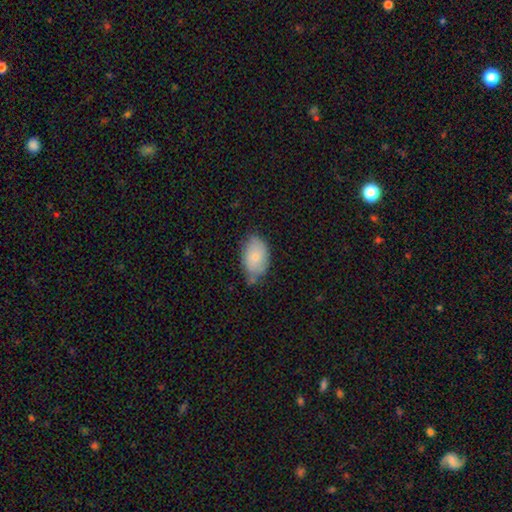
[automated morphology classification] Overall: smooth (79%). How rounded: in between (91%). Merging: none (57%; minor disturbance 33%).